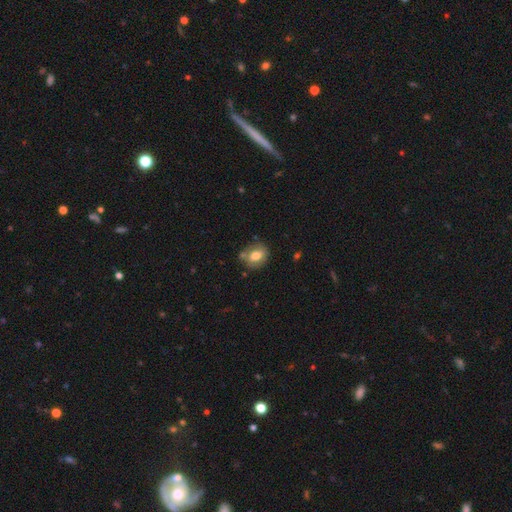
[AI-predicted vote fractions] A smooth galaxy with no disk features (69%) that is round (59%).

Vote fractions:
- Smooth or featured? smooth: 69% / featured or disk: 23% / star or artifact: 8%
- How rounded? round: 59% / in between: 40% / cigar-shaped: 1%
- Merging? none: 69% / minor disturbance: 17% / merger: 10% / major disturbance: 4%